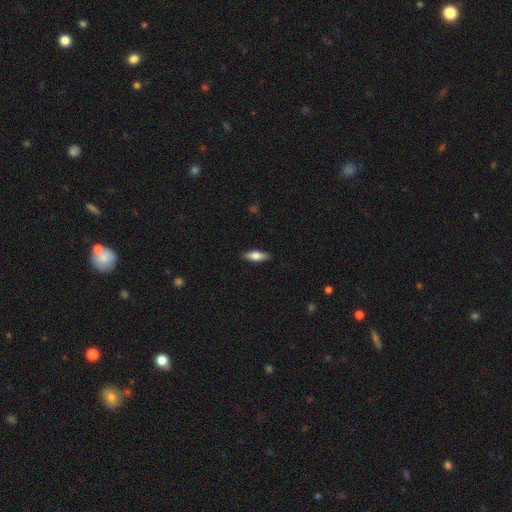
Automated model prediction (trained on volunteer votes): Smooth or featured? Predicted: smooth (p=0.70). How rounded? Predicted: in between (p=0.63). Merging? Predicted: none (p=0.88).